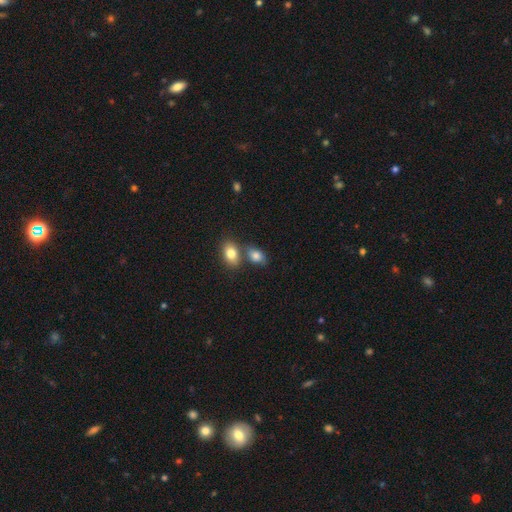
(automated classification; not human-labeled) Overall: smooth (82%). How rounded: in between (80%). Merging: none (51%; merger 34%).